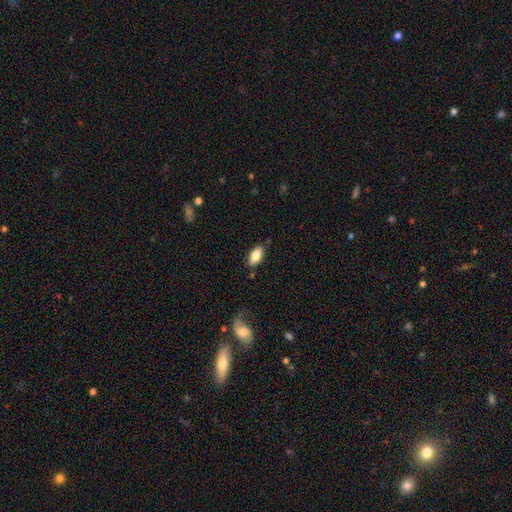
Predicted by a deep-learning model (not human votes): Morphology: type=smooth (80%); roundness=in between (90%); merging=none (82%).